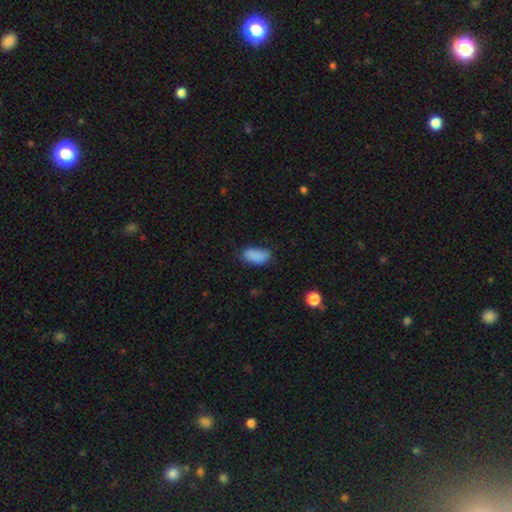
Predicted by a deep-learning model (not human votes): This appears to be a smooth galaxy with no disk features (87%) that is in between round and cigar-shaped (91%). Merging: none (67%).